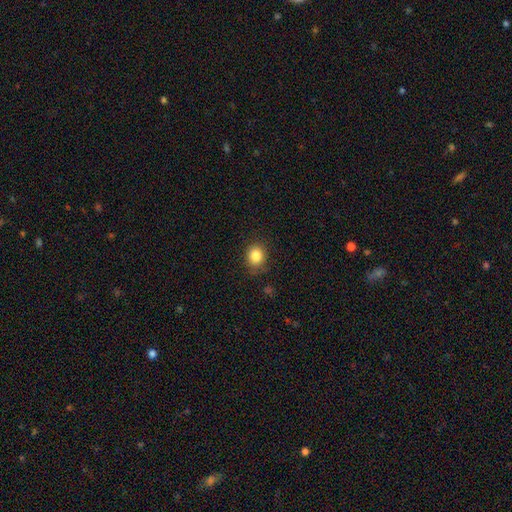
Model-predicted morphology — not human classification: A smooth galaxy with no disk features (84%) that is round (73%).

Vote fractions:
- Smooth or featured? smooth: 84% / star or artifact: 10% / featured or disk: 5%
- How rounded? round: 73% / in between: 26% / cigar-shaped: 1%
- Merging? none: 81% / minor disturbance: 15% / major disturbance: 3% / merger: 1%